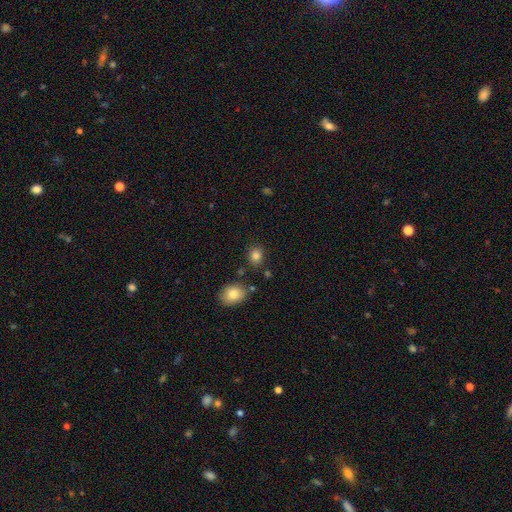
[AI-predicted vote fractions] Smooth or featured?
  - smooth: 83% *
  - star or artifact: 11%
  - featured or disk: 6%
How rounded?
  - round: 61% *
  - in between: 38%
  - cigar-shaped: 1%
Merging?
  - none: 82% *
  - minor disturbance: 10%
  - merger: 5%
  - major disturbance: 3%